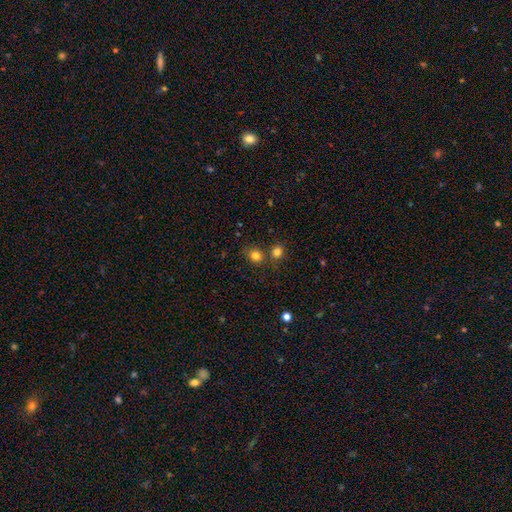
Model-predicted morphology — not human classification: type=smooth (80%); roundness=round (68%); merging=none (67%).